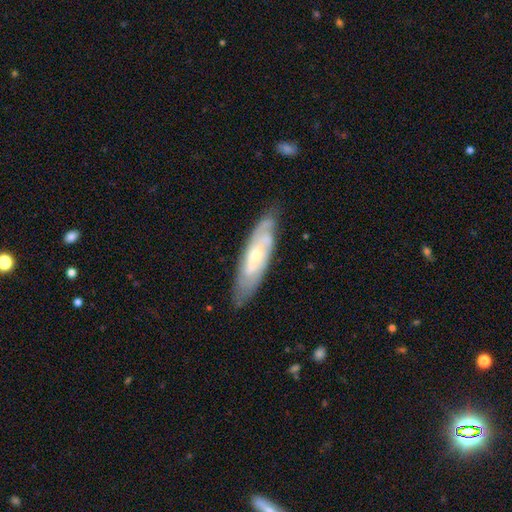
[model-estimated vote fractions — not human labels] Smooth or featured? featured or disk (73%)
Edge-on disk? no (78%)
Bar? no (62%)
Spiral arms? yes (89%)
Spiral winding? tight (62%)
Spiral arm count? can't tell (44%)
Bulge size? small (59%)
Merging? none (77%)